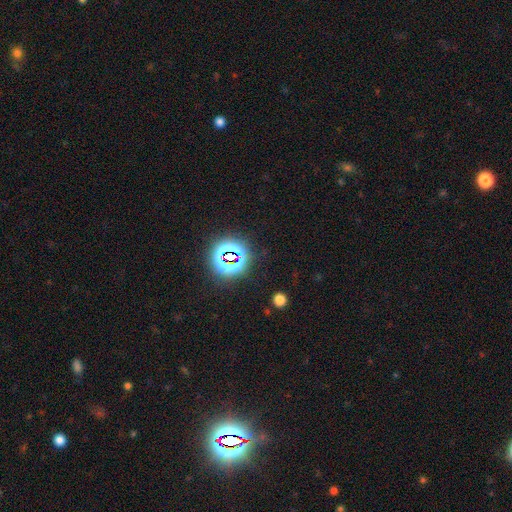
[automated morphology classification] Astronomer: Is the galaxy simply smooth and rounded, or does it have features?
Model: star or artifact — 81%.